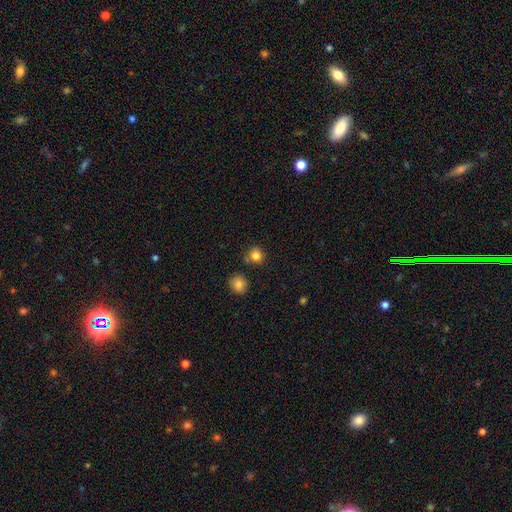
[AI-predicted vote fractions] Overall: smooth (82%). How rounded: round (86%). Merging: none (76%).